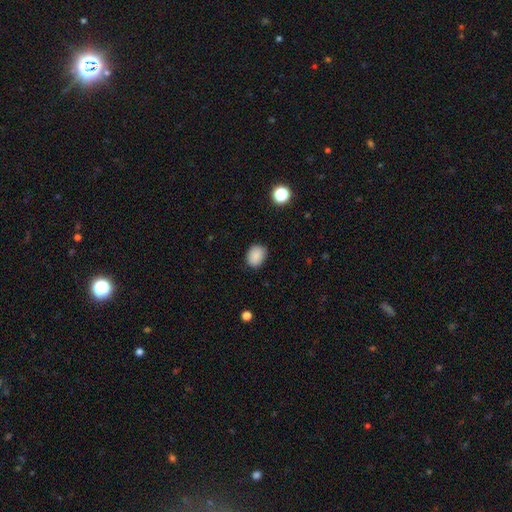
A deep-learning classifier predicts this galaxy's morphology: This appears to be a smooth galaxy with no disk features (88%) that is in between round and cigar-shaped (64%). Merging: none (84%).